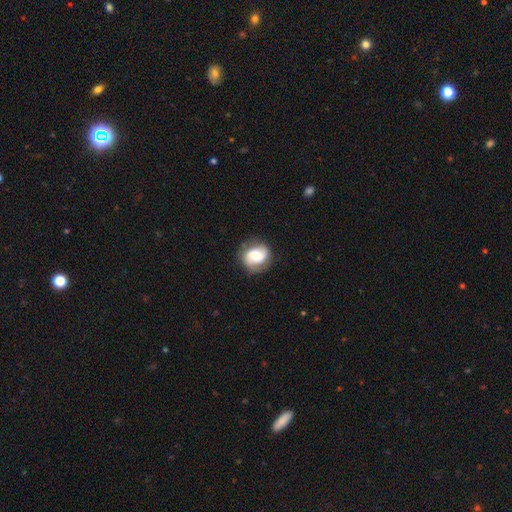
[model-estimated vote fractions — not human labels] Q: Smooth or featured?
A: featured or disk (56%); runner-up: smooth (37%)
Q: Edge-on disk?
A: no (97%); runner-up: yes (3%)
Q: Bar?
A: no (50%); runner-up: weak (36%)
Q: Spiral arms?
A: yes (86%); runner-up: no (14%)
Q: Bulge size?
A: moderate (54%); runner-up: small (20%)
Q: Merging?
A: none (76%); runner-up: minor disturbance (17%)